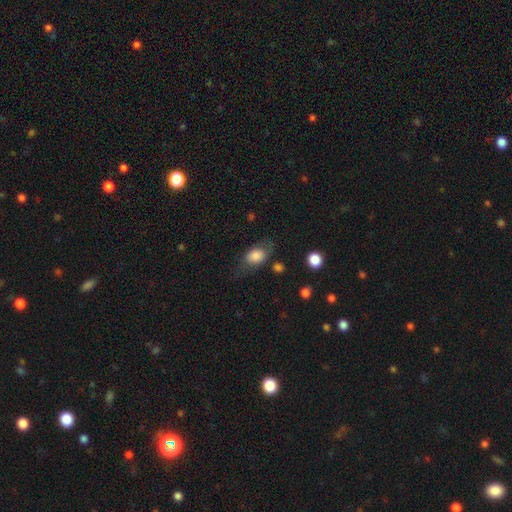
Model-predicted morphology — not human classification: The model was most divided on "merging": none: 60%, minor disturbance: 23%, major disturbance: 14%, merger: 3%. More confident: smooth or featured — smooth (77%); how rounded — in between (77%).